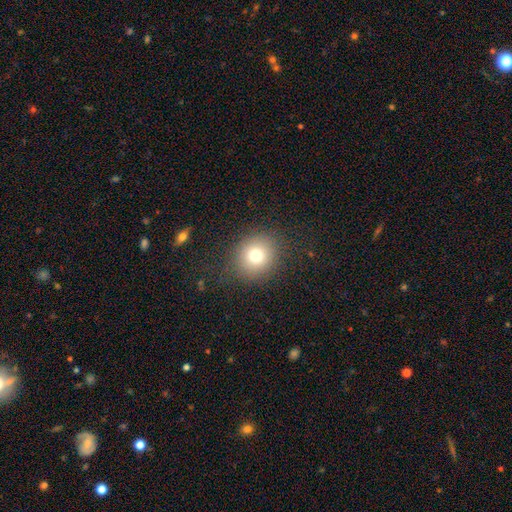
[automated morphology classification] Smooth or featured? smooth (75%)
How rounded? round (85%)
Merging? none (85%)